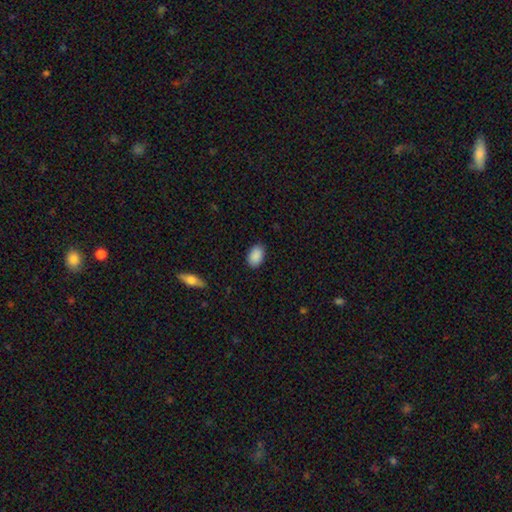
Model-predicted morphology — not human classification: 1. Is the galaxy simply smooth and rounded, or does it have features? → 90% smooth, 7% star or artifact, 4% featured or disk.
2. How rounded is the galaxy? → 90% in between, 9% round, 1% cigar-shaped.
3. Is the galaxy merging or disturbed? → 88% none, 9% minor disturbance, 2% major disturbance, 1% merger.